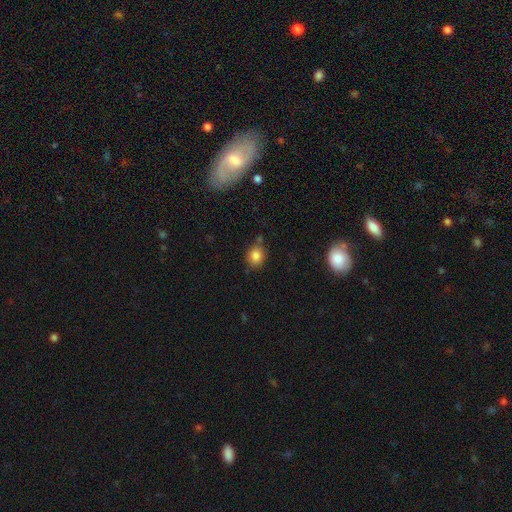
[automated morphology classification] Smooth or featured? Predicted: smooth (p=0.84). How rounded? Predicted: round (p=0.73). Merging? Predicted: none (p=0.75).